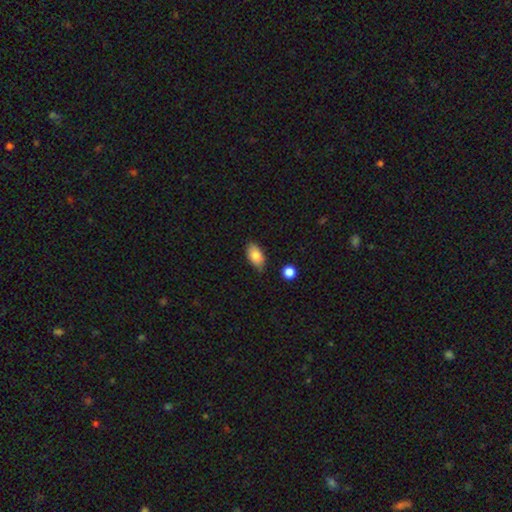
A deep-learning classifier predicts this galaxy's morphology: type=smooth (84%); roundness=in between (92%); merging=none (76%).